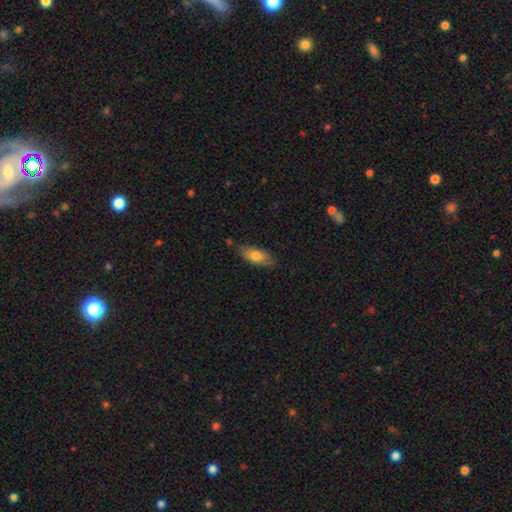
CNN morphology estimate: This appears to be a smooth galaxy with no disk features (78%) that is in between round and cigar-shaped (82%). Merging: none (73%).